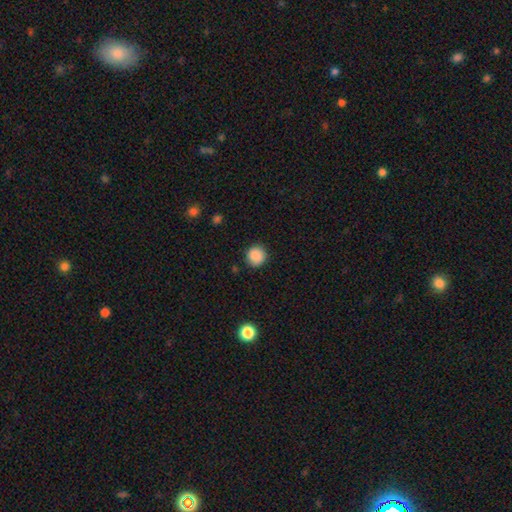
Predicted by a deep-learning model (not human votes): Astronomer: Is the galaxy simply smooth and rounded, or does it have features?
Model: smooth — 88%.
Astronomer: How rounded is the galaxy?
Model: round — 92%.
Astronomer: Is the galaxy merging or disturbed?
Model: none — 88%.